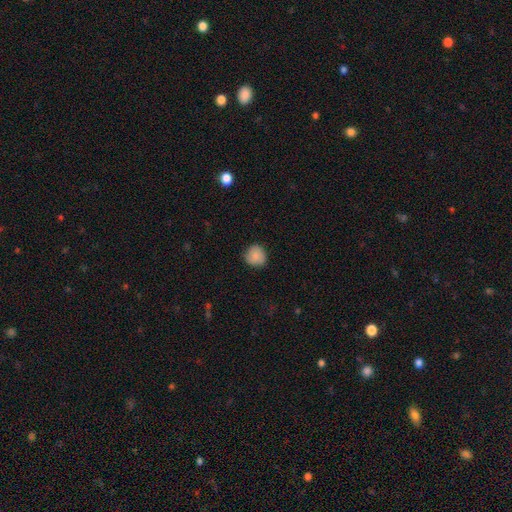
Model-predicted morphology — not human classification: smooth-or-featured: smooth: 87% | star or artifact: 8% | featured or disk: 6%
  how-rounded: round: 89% | in between: 10% | cigar-shaped: 1%
  merging: none: 83% | minor disturbance: 13% | major disturbance: 3% | merger: 1%